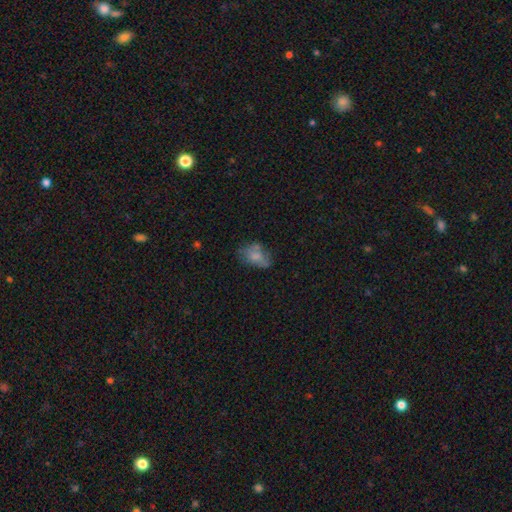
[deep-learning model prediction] smooth 61%, featured or disk 29%, star or artifact 10%. Down the decision tree: how rounded — in between (82%); merging — none (44%).